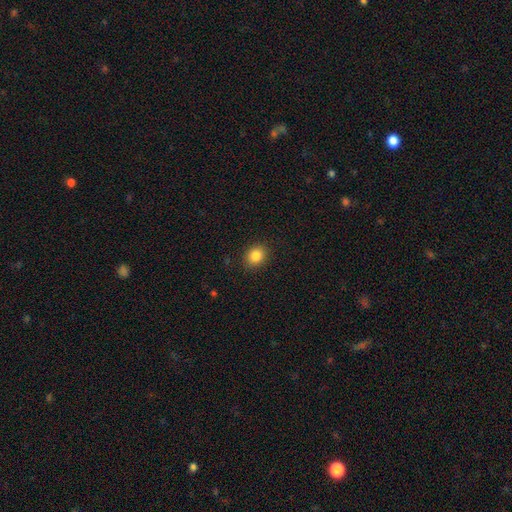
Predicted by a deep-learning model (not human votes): smooth-or-featured: smooth: 85% | star or artifact: 10% | featured or disk: 5%
  how-rounded: round: 61% | in between: 38% | cigar-shaped: 1%
  merging: none: 89% | minor disturbance: 8% | major disturbance: 2% | merger: 1%